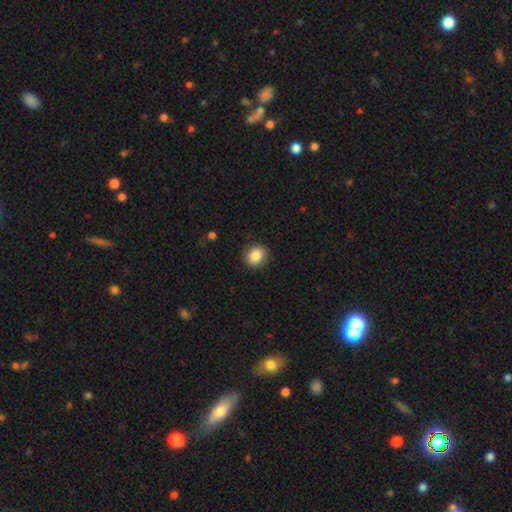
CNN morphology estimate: smooth 86%, star or artifact 9%, featured or disk 5%. Down the decision tree: how rounded — round (77%); merging — none (90%).